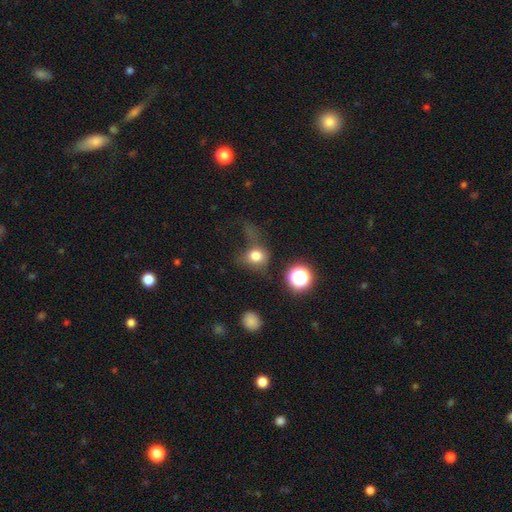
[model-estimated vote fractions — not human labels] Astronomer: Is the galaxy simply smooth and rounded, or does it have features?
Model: smooth — 71%.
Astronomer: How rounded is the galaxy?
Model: round — 67%.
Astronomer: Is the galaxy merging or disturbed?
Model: none — 38% (runner-up: major disturbance, 32%).